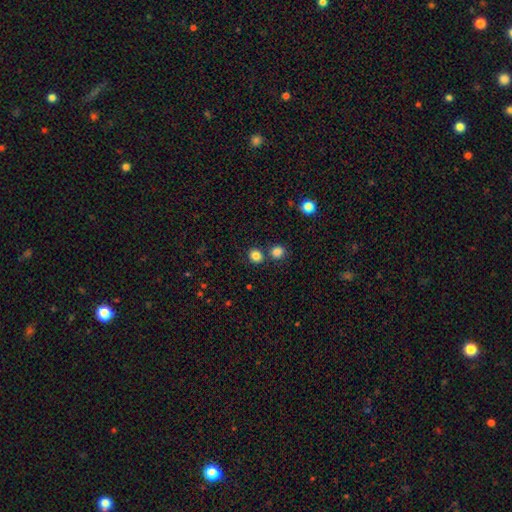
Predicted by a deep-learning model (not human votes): smooth 83%, star or artifact 12%, featured or disk 5%. Down the decision tree: how rounded — round (78%); merging — none (77%).